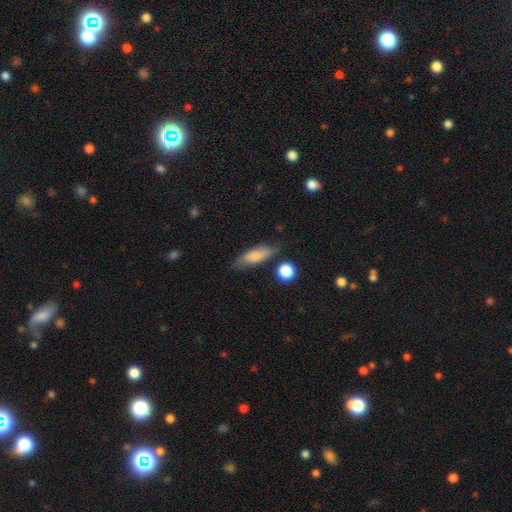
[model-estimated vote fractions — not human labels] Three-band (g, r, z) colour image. It shows a smooth galaxy with no disk features (74%) that is in between round and cigar-shaped (58%). Merging: none (70%).